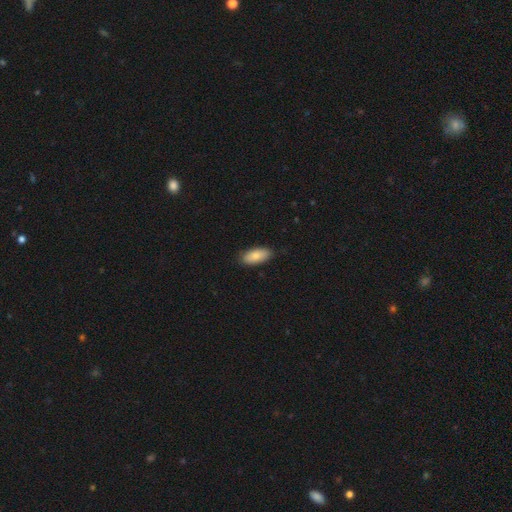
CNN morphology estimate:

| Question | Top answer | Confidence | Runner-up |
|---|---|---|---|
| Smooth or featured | smooth | 81% | featured or disk (13%) |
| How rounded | in between | 89% | cigar-shaped (8%) |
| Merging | none | 86% | minor disturbance (11%) |